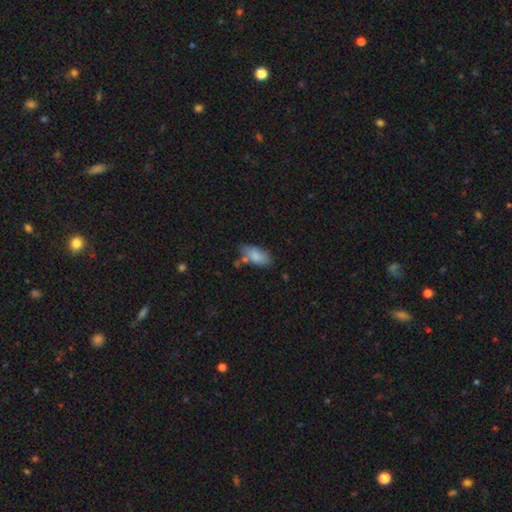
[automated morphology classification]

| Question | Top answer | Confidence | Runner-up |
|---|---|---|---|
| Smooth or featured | smooth | 82% | featured or disk (11%) |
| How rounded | in between | 92% | cigar-shaped (4%) |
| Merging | none | 60% | minor disturbance (23%) |